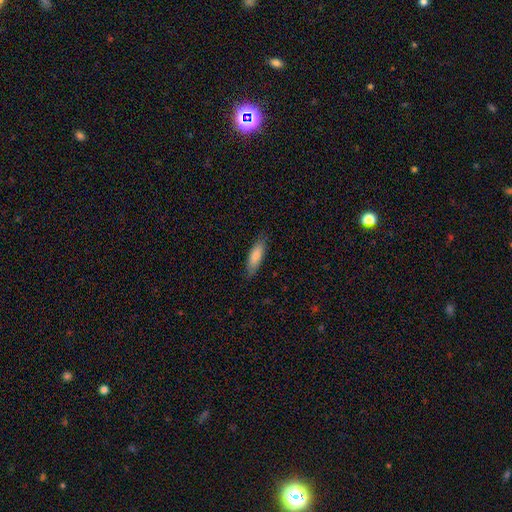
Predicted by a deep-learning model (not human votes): A smooth galaxy with no disk features (79%) that is in between round and cigar-shaped (51%).

Vote fractions:
- Smooth or featured? smooth: 79% / featured or disk: 16% / star or artifact: 6%
- How rounded? in between: 51% / cigar-shaped: 48% / round: 2%
- Merging? none: 82% / minor disturbance: 14% / major disturbance: 3% / merger: 1%